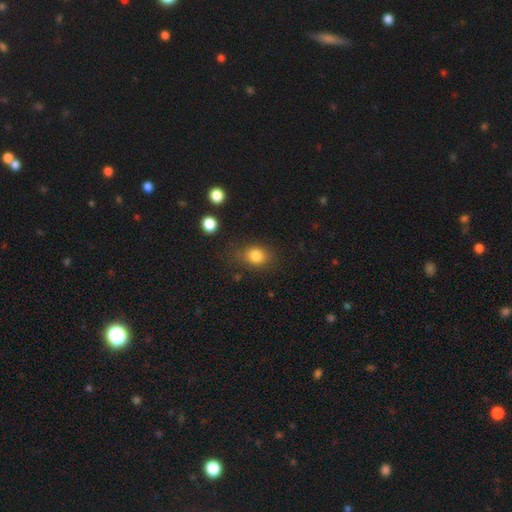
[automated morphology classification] type=smooth (82%); roundness=round (51%); merging=none (74%).